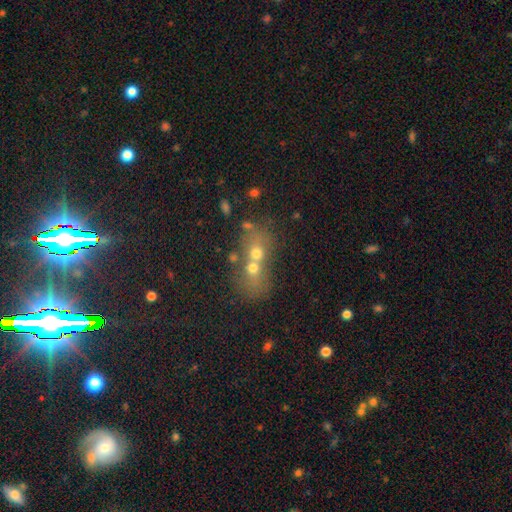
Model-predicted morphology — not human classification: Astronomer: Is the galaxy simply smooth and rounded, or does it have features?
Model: smooth — 50% (runner-up: featured or disk, 29%).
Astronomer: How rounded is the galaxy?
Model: round — 56% (runner-up: in between, 40%).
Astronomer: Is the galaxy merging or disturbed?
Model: merger — 71%.